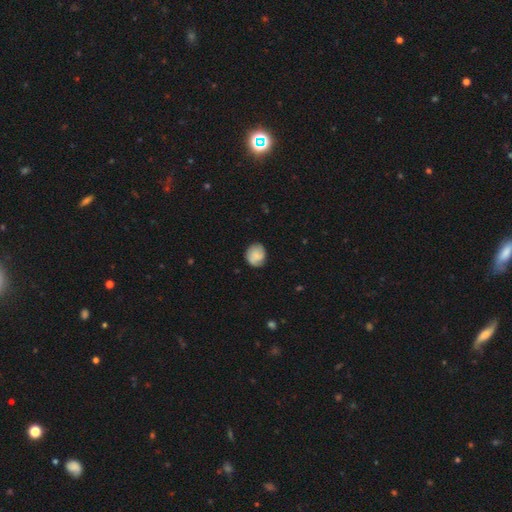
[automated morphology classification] This is likely a smooth galaxy (72%). How rounded: likely round (76%). Merging: likely none (77%).